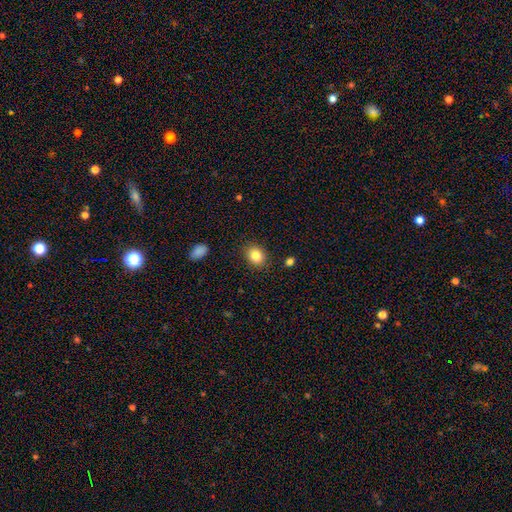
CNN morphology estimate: smooth-or-featured: smooth: 84% | star or artifact: 9% | featured or disk: 7%
  how-rounded: in between: 53% | round: 46% | cigar-shaped: 1%
  merging: none: 86% | minor disturbance: 10% | major disturbance: 3% | merger: 1%